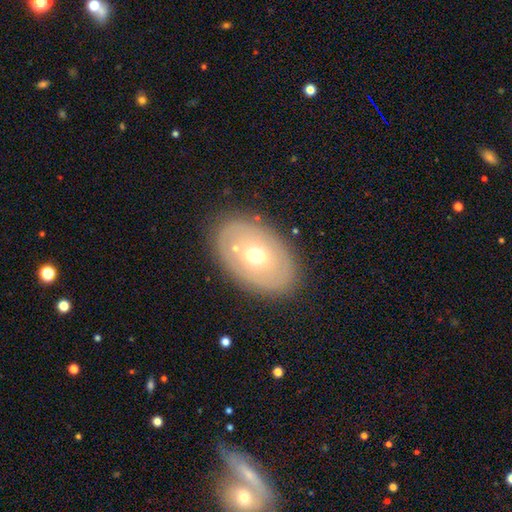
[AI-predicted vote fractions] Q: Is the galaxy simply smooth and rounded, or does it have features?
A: smooth — 51%.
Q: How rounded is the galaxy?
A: in between — 83%.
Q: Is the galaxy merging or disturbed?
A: none — 82%.